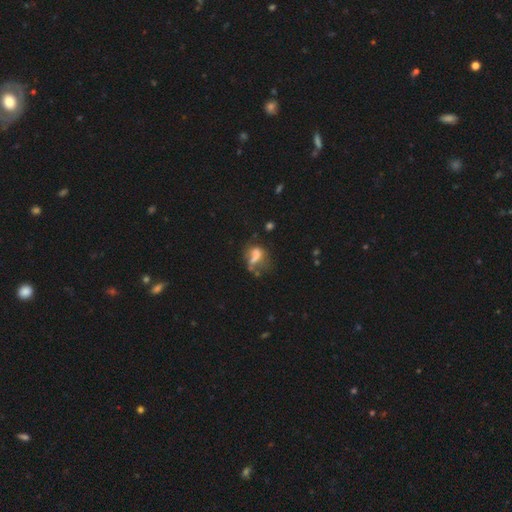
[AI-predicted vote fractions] smooth_or_featured: smooth (p=0.52) [alt: featured or disk p=0.33]
how_rounded: in between (p=0.70) [alt: round p=0.22]
merging: major disturbance (p=0.36) [alt: none p=0.25]